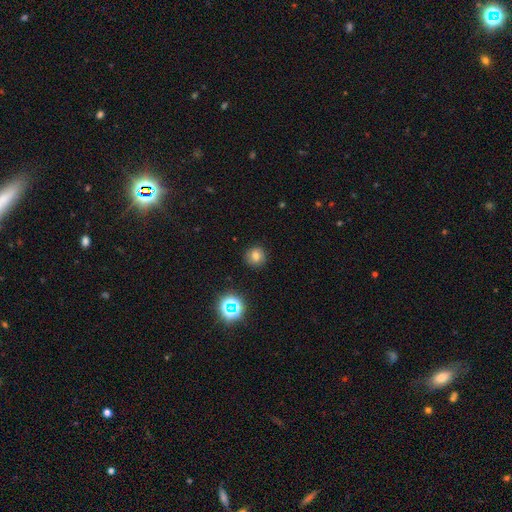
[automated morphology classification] Smooth or featured? Predicted: smooth (p=0.73). How rounded? Predicted: round (p=0.91). Merging? Predicted: none (p=0.88).